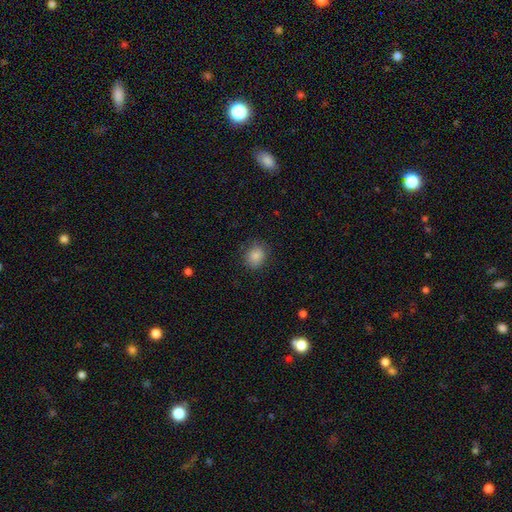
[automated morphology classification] This is clearly a smooth galaxy (84%). How rounded: likely round (65%). Merging: clearly none (81%).